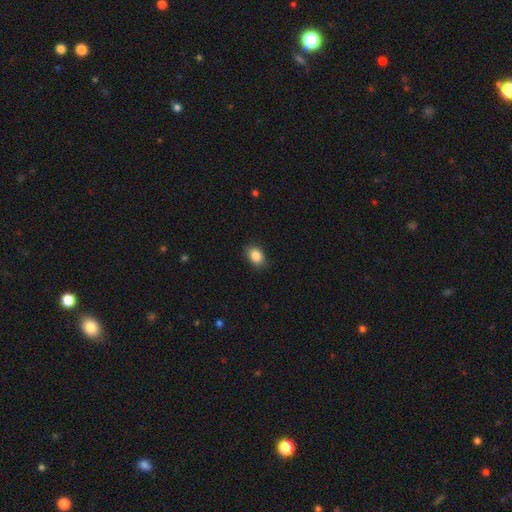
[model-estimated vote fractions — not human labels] smooth-or-featured: smooth: 86% | star or artifact: 8% | featured or disk: 6%
  how-rounded: in between: 76% | round: 23% | cigar-shaped: 1%
  merging: none: 88% | minor disturbance: 9% | major disturbance: 2% | merger: 1%